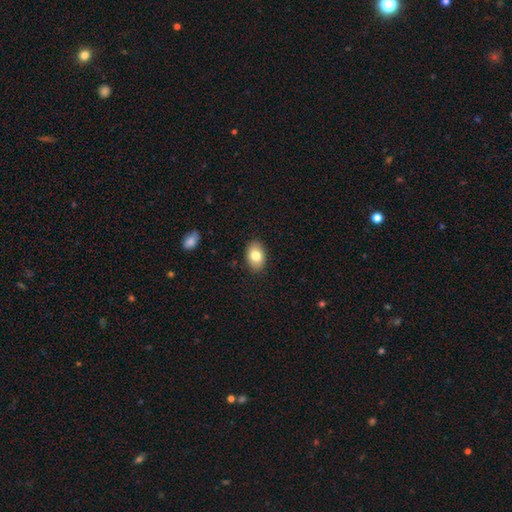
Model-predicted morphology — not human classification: smooth_or_featured: smooth (p=0.80) [alt: featured or disk p=0.12]
how_rounded: in between (p=0.87) [alt: round p=0.12]
merging: none (p=0.89) [alt: minor disturbance p=0.08]